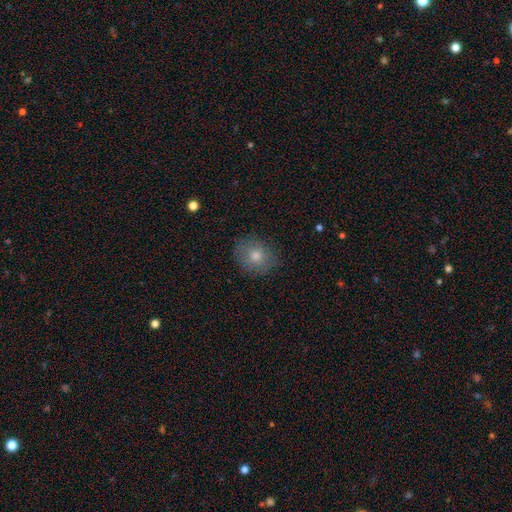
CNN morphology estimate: The model was most divided on "how rounded": round: 66%, in between: 33%, cigar-shaped: 1%. More confident: merging — none (85%); smooth or featured — smooth (74%).